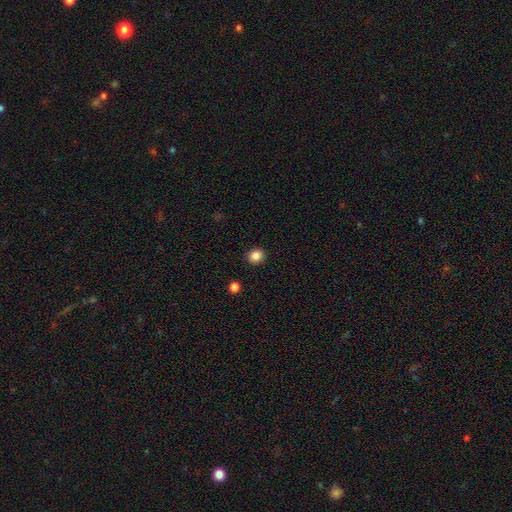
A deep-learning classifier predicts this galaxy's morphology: Q: Smooth or featured?
A: smooth (86%); runner-up: star or artifact (11%)
Q: How rounded?
A: round (85%); runner-up: in between (14%)
Q: Merging?
A: none (92%); runner-up: minor disturbance (5%)